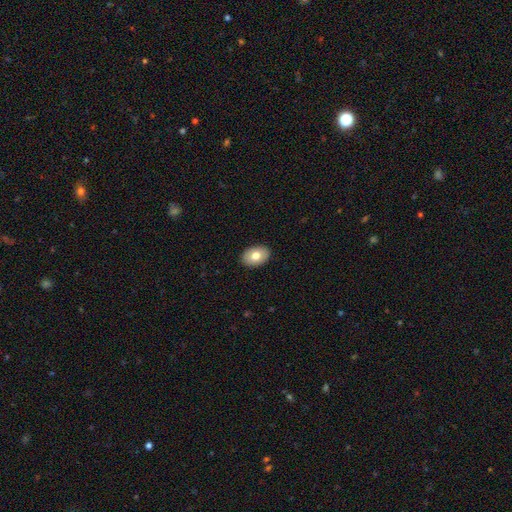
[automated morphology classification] This appears to be a smooth galaxy with no disk features (75%) that is in between round and cigar-shaped (83%). Merging: none (90%).